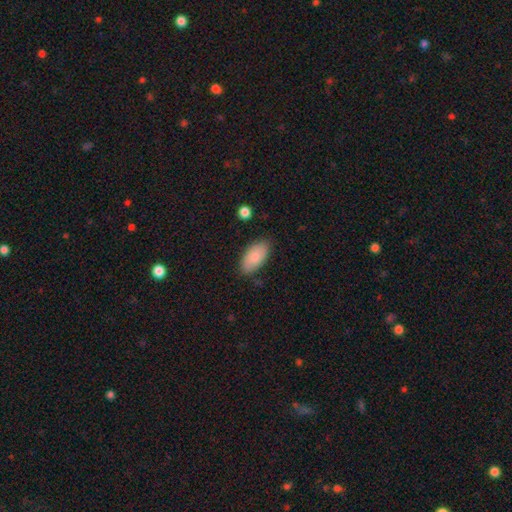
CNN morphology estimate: Smooth or featured? smooth (85%)
How rounded? in between (94%)
Merging? none (80%)